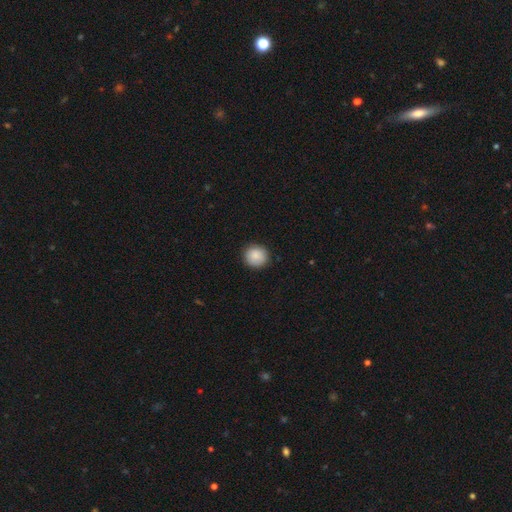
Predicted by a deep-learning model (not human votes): Smooth or featured: smooth — 89% (star or artifact — 7%)
How rounded: round — 90% (in between — 9%)
Merging: none — 90% (minor disturbance — 7%)